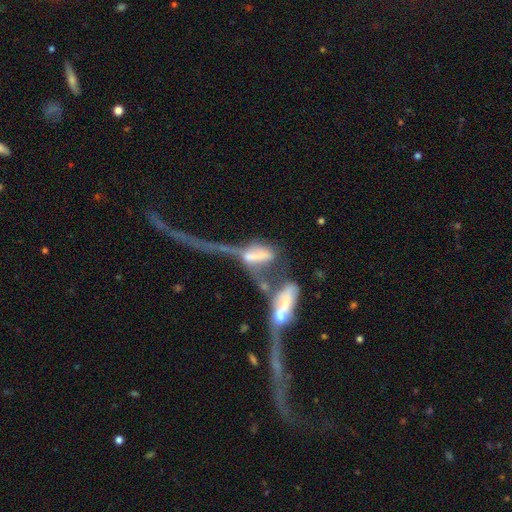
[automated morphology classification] A featured or disk galaxy (48%).

Vote fractions:
- Smooth or featured? featured or disk: 48% / smooth: 40% / star or artifact: 12%
- Merging? merger: 58% / major disturbance: 29% / none: 8% / minor disturbance: 6%